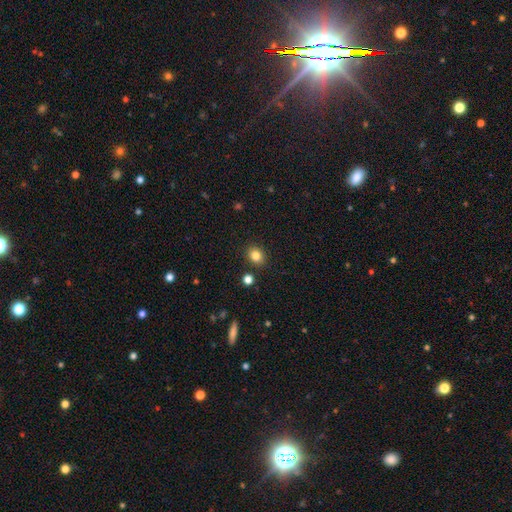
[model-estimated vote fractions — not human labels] Q: Smooth or featured?
A: smooth (83%); runner-up: star or artifact (12%)
Q: How rounded?
A: round (67%); runner-up: in between (32%)
Q: Merging?
A: none (88%); runner-up: minor disturbance (7%)